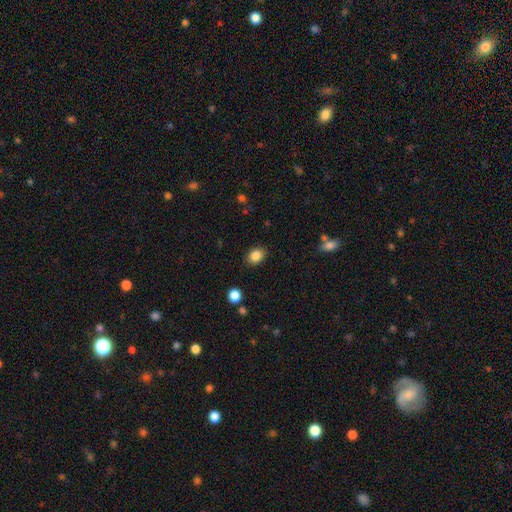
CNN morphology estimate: Q: Smooth or featured?
A: smooth (86%); runner-up: star or artifact (9%)
Q: How rounded?
A: in between (65%); runner-up: round (34%)
Q: Merging?
A: none (86%); runner-up: minor disturbance (10%)